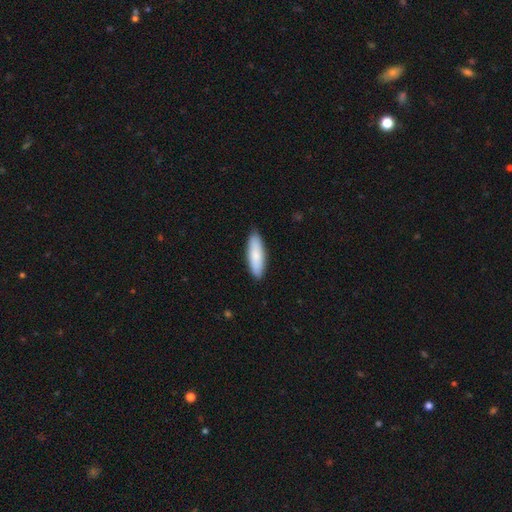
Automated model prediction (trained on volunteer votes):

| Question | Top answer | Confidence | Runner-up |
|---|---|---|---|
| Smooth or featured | smooth | 84% | featured or disk (11%) |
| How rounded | cigar-shaped | 54% | in between (44%) |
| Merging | none | 89% | minor disturbance (8%) |